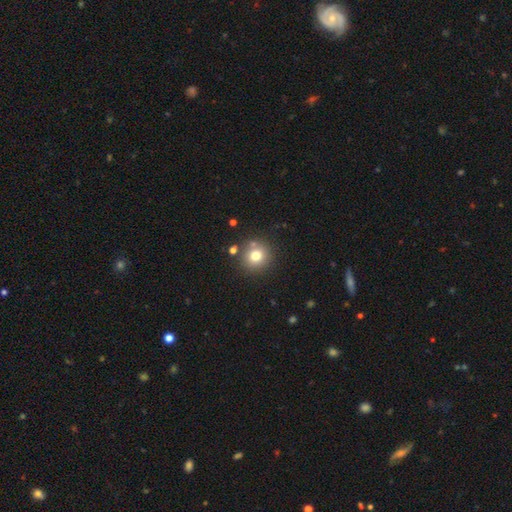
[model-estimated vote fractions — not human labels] The model was most divided on "smooth or featured": smooth: 76%, star or artifact: 14%, featured or disk: 10%. More confident: how rounded — round (91%); merging — none (80%).